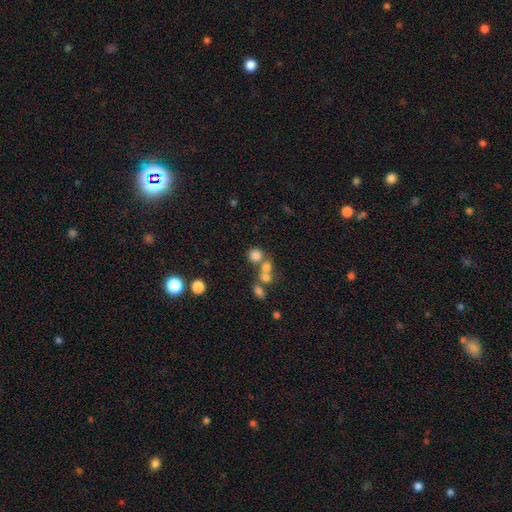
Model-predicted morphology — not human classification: Smooth or featured: smooth — 74% (star or artifact — 15%)
How rounded: round — 84% (in between — 15%)
Merging: none — 48% (merger — 39%)